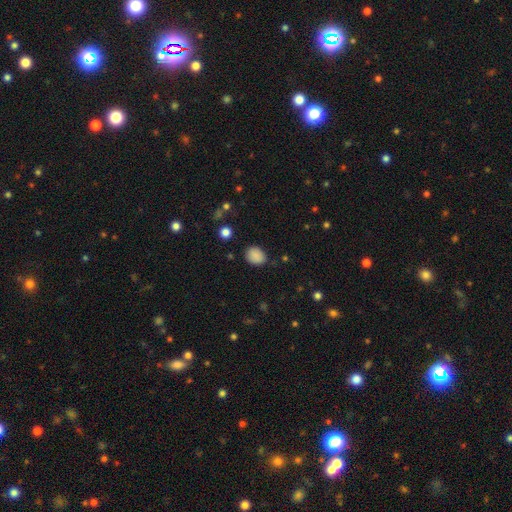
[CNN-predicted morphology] Smooth or featured? Predicted: smooth (p=0.87). How rounded? Predicted: round (p=0.50). Merging? Predicted: none (p=0.81).